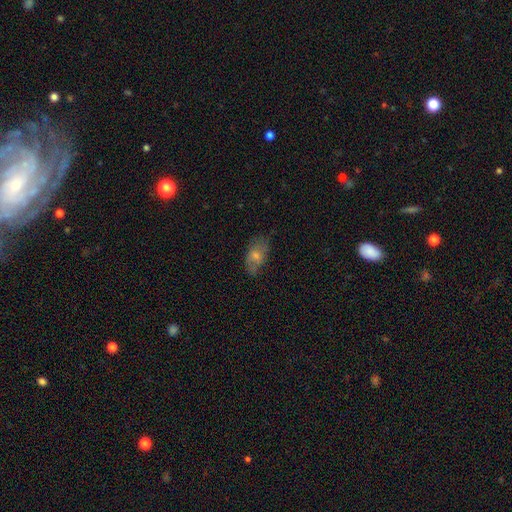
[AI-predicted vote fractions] Overall: smooth (52%; featured or disk 35%). How rounded: in between (86%). Merging: none (72%).